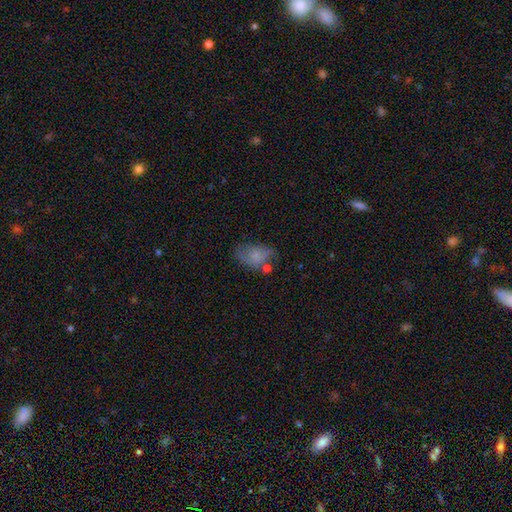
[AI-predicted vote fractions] A smooth galaxy with no disk features (62%) that is in between round and cigar-shaped (82%).

Vote fractions:
- Smooth or featured? smooth: 62% / featured or disk: 28% / star or artifact: 10%
- How rounded? in between: 82% / round: 16% / cigar-shaped: 2%
- Merging? none: 40% / minor disturbance: 28% / major disturbance: 18% / merger: 14%